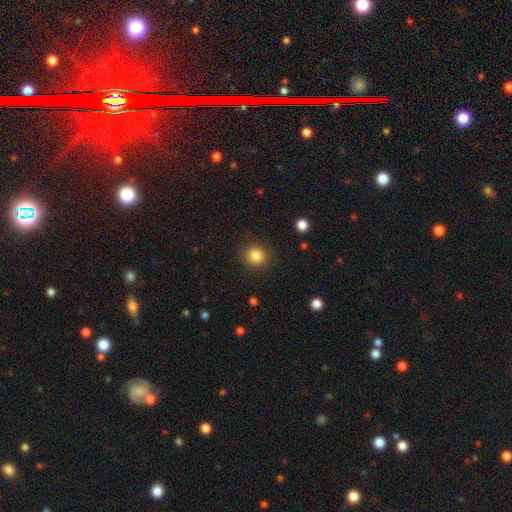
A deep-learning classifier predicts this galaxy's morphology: type=smooth (84%); roundness=round (87%); merging=none (89%).